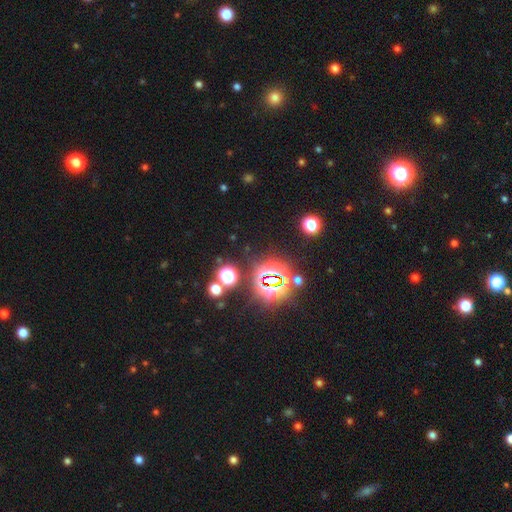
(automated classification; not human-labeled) This is clearly a star or artifact rather than a galaxy (83%).